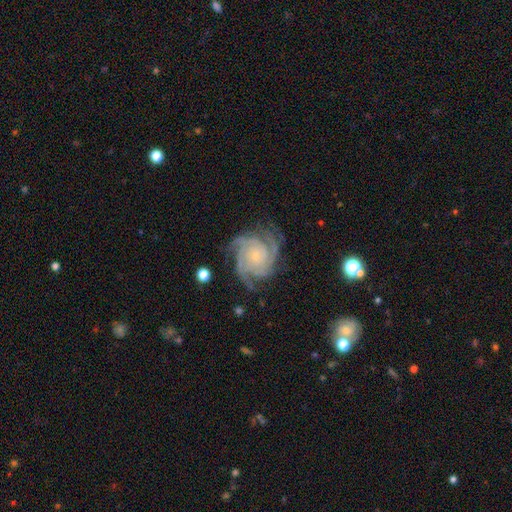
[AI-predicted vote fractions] This appears to be a featured or disk galaxy (90%) with no bar (79%), 4 (40%) tight (68%) spiral arms (98%) and a small central bulge (80%). Merging: none (72%).